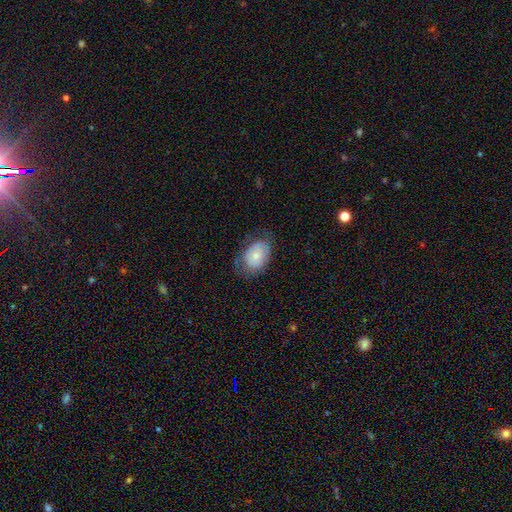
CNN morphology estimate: Q: Smooth or featured?
A: smooth (69%); runner-up: featured or disk (23%)
Q: How rounded?
A: in between (80%); runner-up: round (19%)
Q: Merging?
A: none (58%); runner-up: minor disturbance (28%)